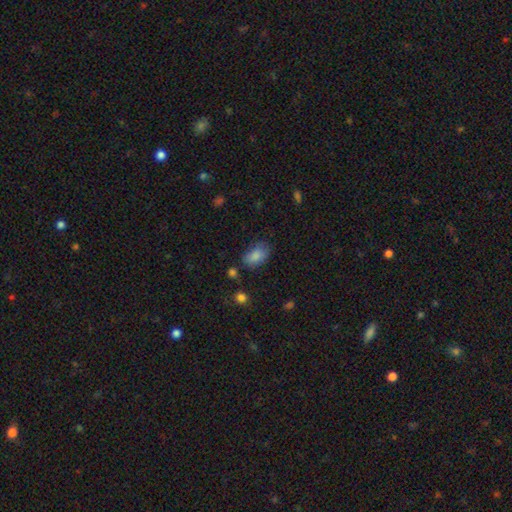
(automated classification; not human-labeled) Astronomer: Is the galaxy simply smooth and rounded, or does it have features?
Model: smooth — 84%.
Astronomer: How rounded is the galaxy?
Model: in between — 90%.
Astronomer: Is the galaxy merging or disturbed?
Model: none — 62%.